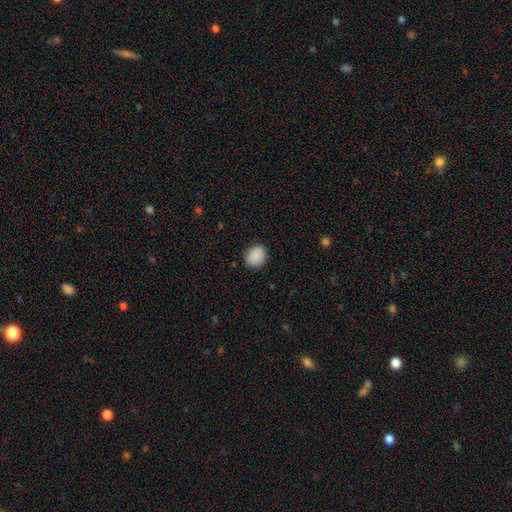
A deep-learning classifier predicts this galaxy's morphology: Smooth or featured? smooth (89%)
How rounded? round (59%)
Merging? none (85%)